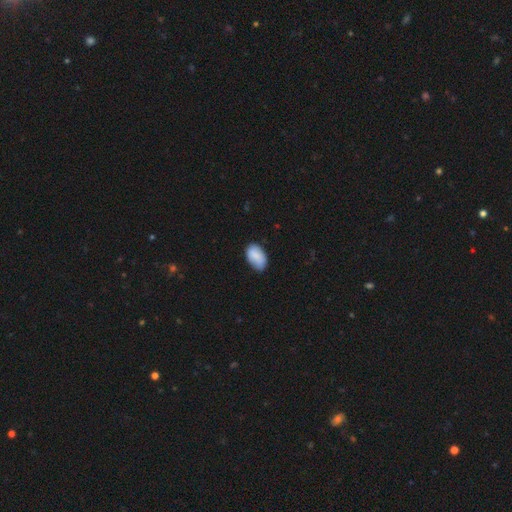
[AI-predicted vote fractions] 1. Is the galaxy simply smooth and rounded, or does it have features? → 84% smooth, 9% featured or disk, 7% star or artifact.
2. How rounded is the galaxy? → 92% in between, 7% round, 1% cigar-shaped.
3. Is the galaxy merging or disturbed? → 62% none, 31% minor disturbance, 5% major disturbance, 2% merger.